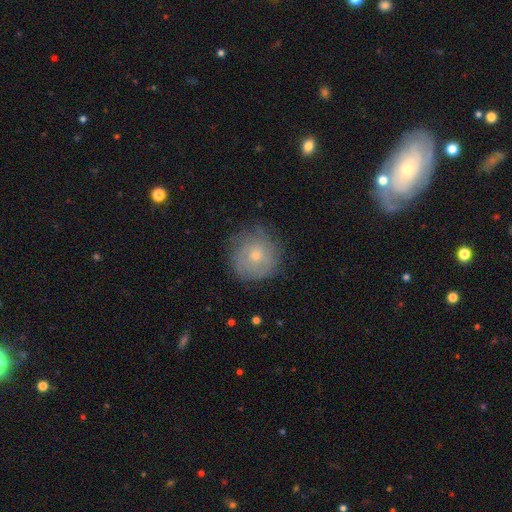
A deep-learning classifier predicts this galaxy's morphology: Smooth or featured? featured or disk (48%)
Merging? none (75%)